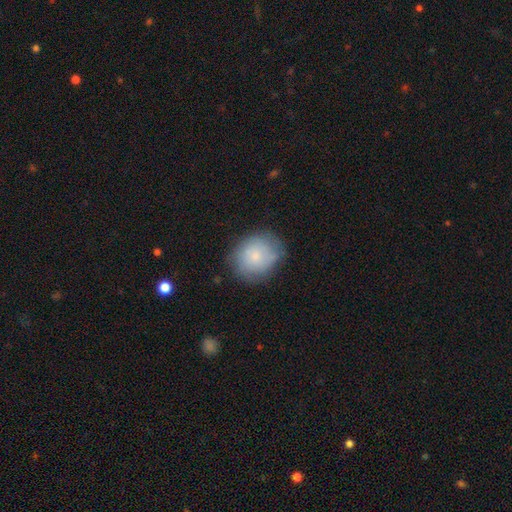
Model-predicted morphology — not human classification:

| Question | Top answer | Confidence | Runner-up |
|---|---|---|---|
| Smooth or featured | smooth | 74% | featured or disk (19%) |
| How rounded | round | 70% | in between (30%) |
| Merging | none | 69% | minor disturbance (23%) |